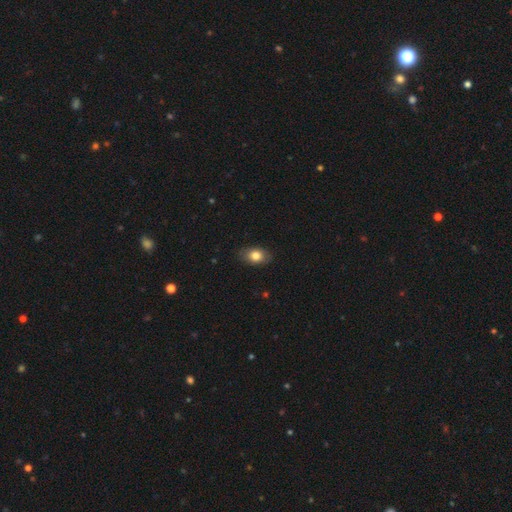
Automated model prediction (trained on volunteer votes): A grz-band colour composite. It shows a smooth galaxy with no disk features (80%) that is in between round and cigar-shaped (83%). Merging: none (85%).